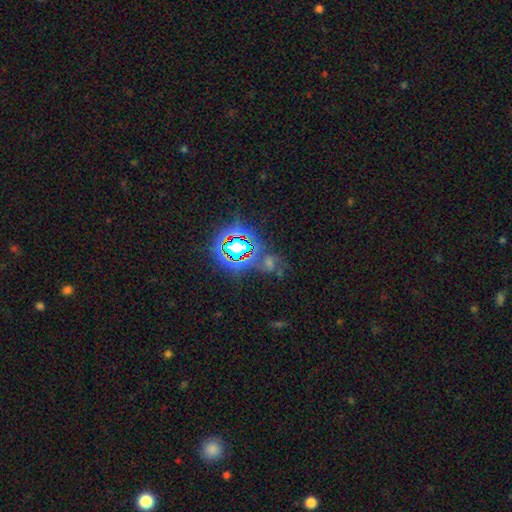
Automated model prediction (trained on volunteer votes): smooth-or-featured: star or artifact: 74% | smooth: 17% | featured or disk: 9%